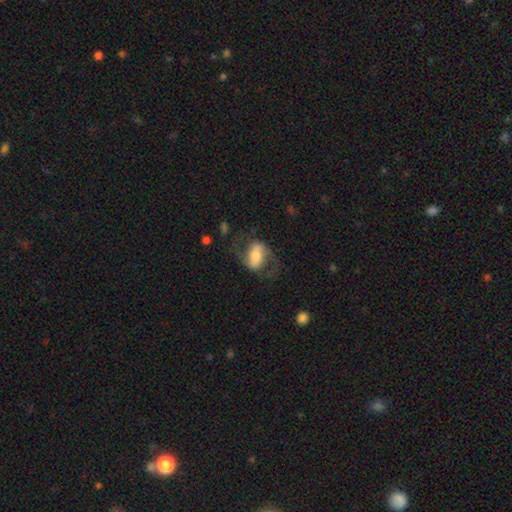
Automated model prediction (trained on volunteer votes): Smooth or featured? Predicted: featured or disk (p=0.60). Edge-on disk? Predicted: no (p=0.95). Bar? Predicted: strong (p=0.41). Spiral arms? Predicted: yes (p=0.81). Bulge size? Predicted: moderate (p=0.39). Merging? Predicted: none (p=0.57).